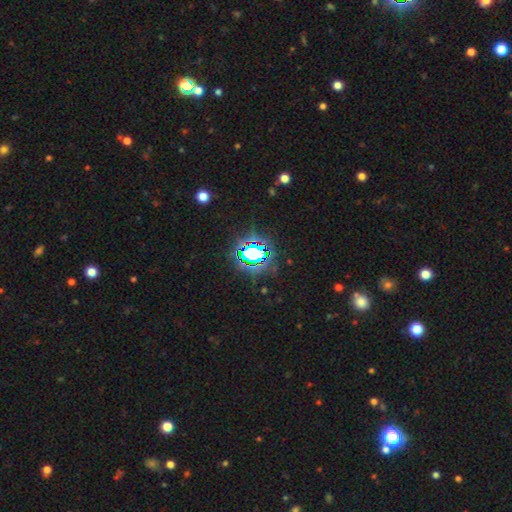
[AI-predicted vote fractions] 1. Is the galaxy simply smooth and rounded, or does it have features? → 75% star or artifact, 15% smooth, 10% featured or disk.